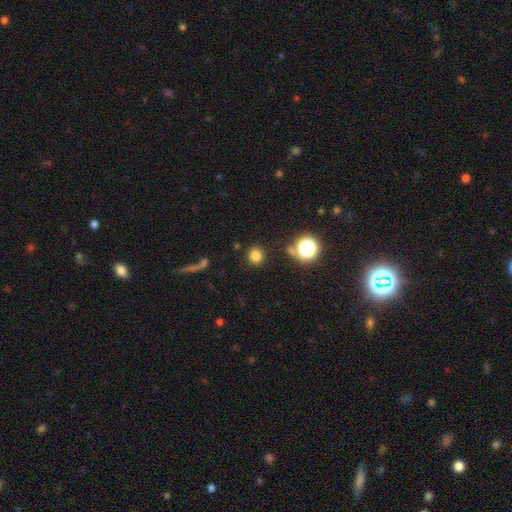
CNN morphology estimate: Smooth or featured? Predicted: smooth (p=0.78). How rounded? Predicted: round (p=0.87). Merging? Predicted: none (p=0.87).